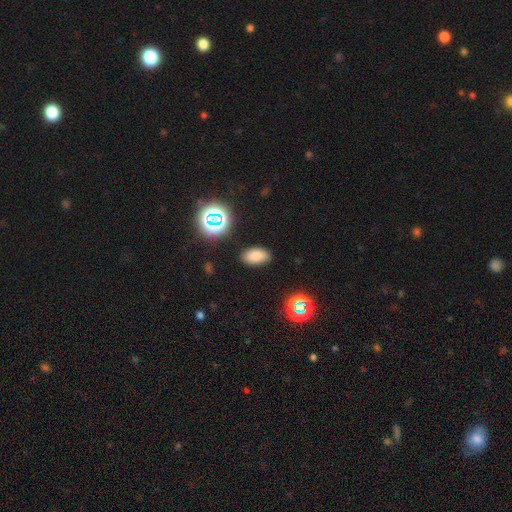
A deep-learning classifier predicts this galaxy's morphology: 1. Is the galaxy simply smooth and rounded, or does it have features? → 78% smooth, 16% star or artifact, 6% featured or disk.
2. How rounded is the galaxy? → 92% in between, 6% round, 2% cigar-shaped.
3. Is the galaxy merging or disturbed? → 87% none, 9% minor disturbance, 3% major disturbance, 2% merger.